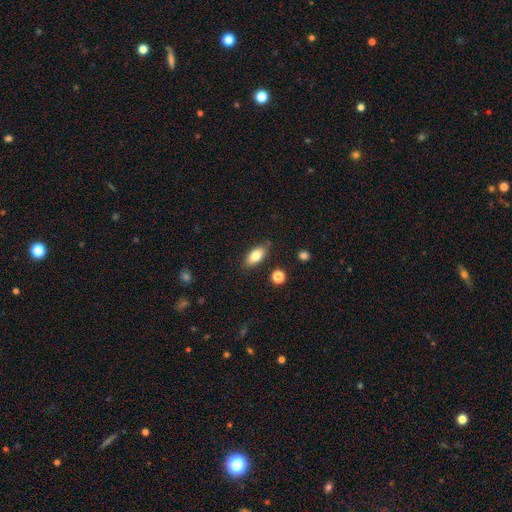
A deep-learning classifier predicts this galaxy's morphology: Overall: smooth (79%). How rounded: in between (87%). Merging: none (82%).